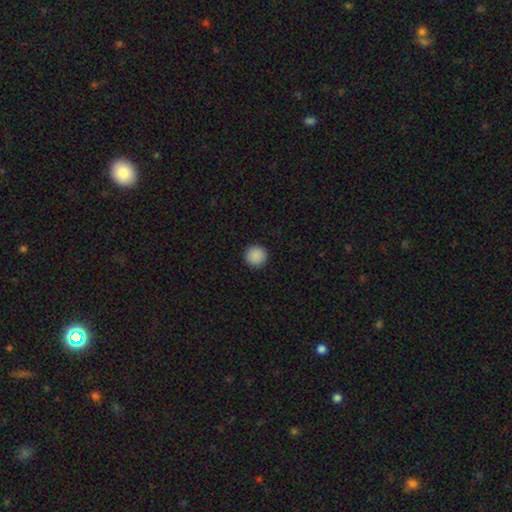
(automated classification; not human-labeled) This appears to be a smooth galaxy with no disk features (89%) that is round (96%). Merging: none (93%).